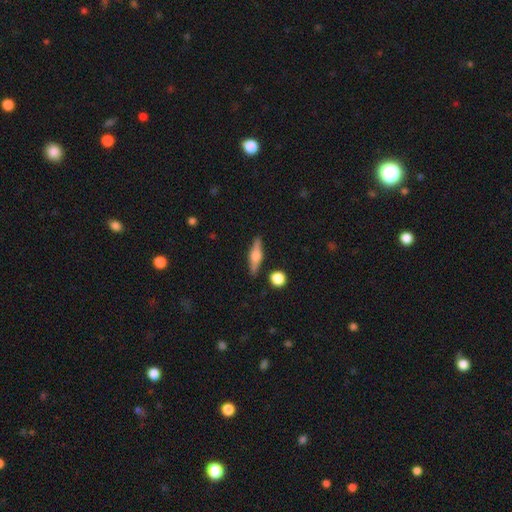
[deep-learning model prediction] This is possibly a featured or disk galaxy (56%). It is clearly viewed edge-on (95%). Edge-on bulge: clearly rounded (88%). Merging: clearly none (86%).